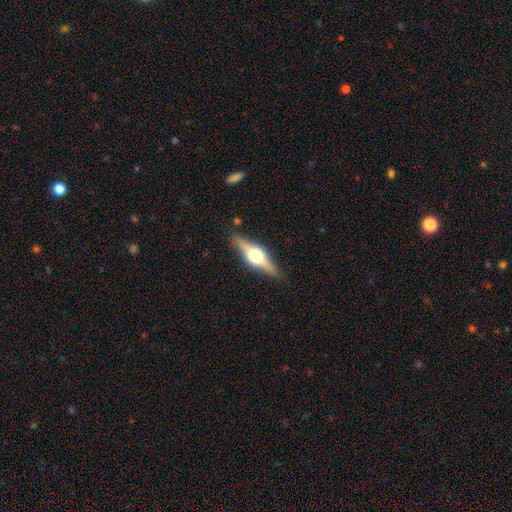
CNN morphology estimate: smooth_or_featured: featured or disk (p=0.74) [alt: smooth p=0.20]
disk_edge_on: yes (p=0.97) [alt: no p=0.03]
edge_on_bulge: rounded (p=0.95) [alt: boxy p=0.04]
merging: none (p=0.88) [alt: minor disturbance p=0.09]